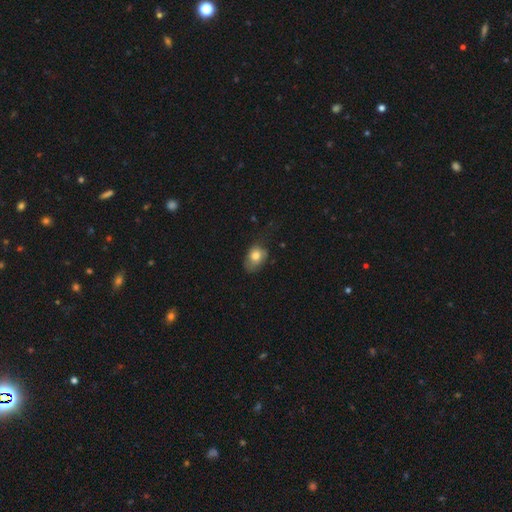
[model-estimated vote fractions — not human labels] smooth 76%, featured or disk 16%, star or artifact 8%. Down the decision tree: how rounded — in between (72%); merging — none (49%).